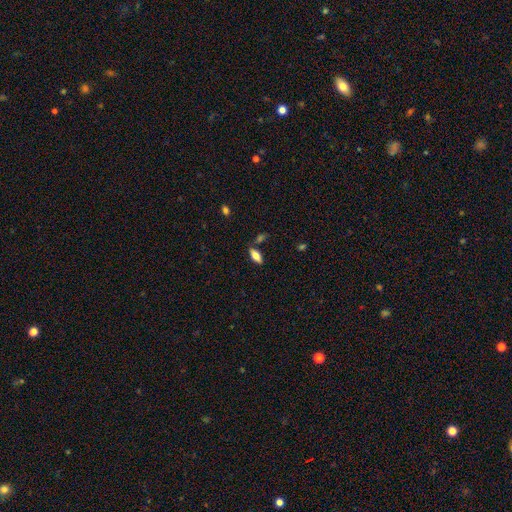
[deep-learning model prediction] Smooth or featured: smooth — 74% (featured or disk — 18%)
How rounded: in between — 83% (cigar-shaped — 15%)
Merging: none — 75% (minor disturbance — 13%)